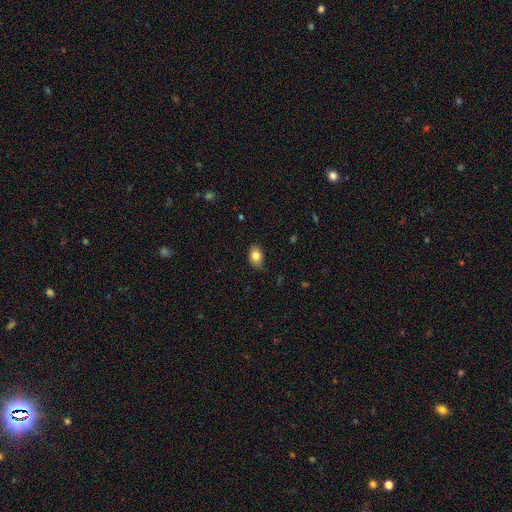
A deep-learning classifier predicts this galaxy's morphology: This is clearly a smooth galaxy (82%). How rounded: clearly in between (83%). Merging: likely none (77%).